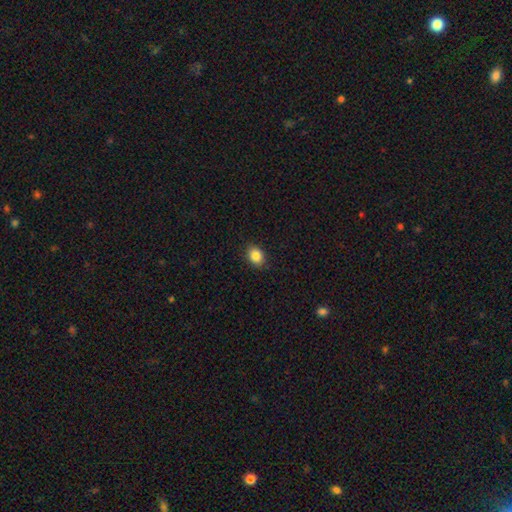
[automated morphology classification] The model was most divided on "how rounded": in between: 60%, round: 39%, cigar-shaped: 1%. More confident: merging — none (87%); smooth or featured — smooth (86%).